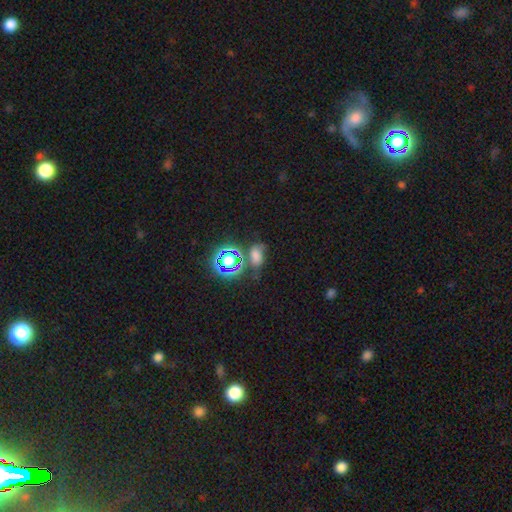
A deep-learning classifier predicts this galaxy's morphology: smooth_or_featured: smooth (p=0.53) [alt: star or artifact p=0.33]
how_rounded: in between (p=0.78) [alt: round p=0.19]
merging: none (p=0.51) [alt: minor disturbance p=0.21]